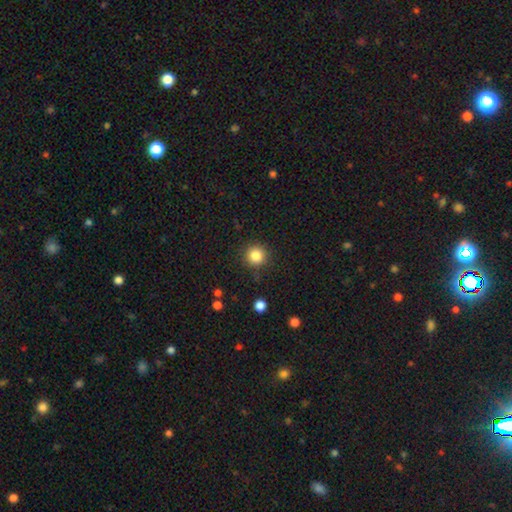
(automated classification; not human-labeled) Smooth or featured? Predicted: smooth (p=0.85). How rounded? Predicted: round (p=0.95). Merging? Predicted: none (p=0.88).